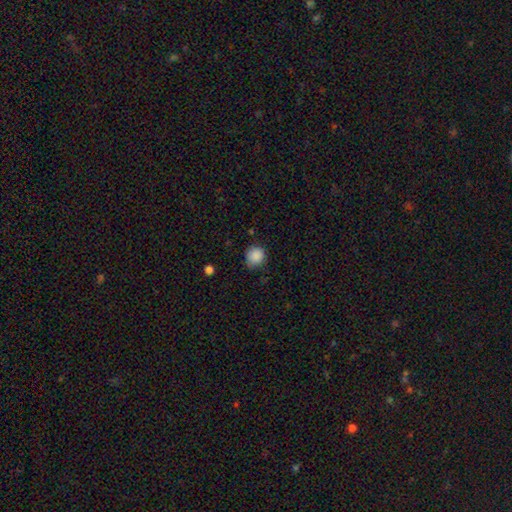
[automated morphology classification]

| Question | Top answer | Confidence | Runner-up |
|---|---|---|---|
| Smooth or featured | smooth | 88% | star or artifact (9%) |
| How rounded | round | 83% | in between (17%) |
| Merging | none | 71% | minor disturbance (24%) |